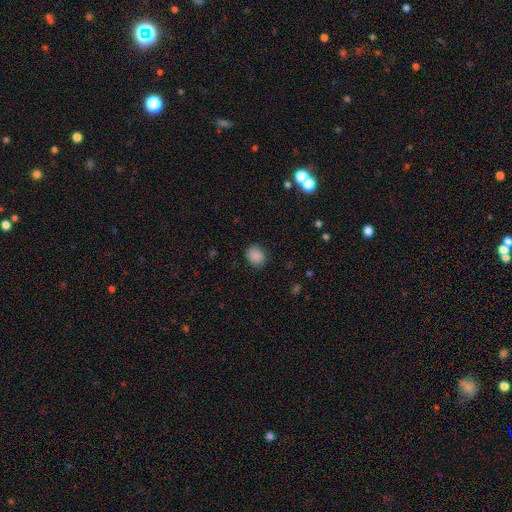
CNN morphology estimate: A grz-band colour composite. It shows a smooth galaxy with no disk features (87%) that is round (72%). Merging: none (86%).